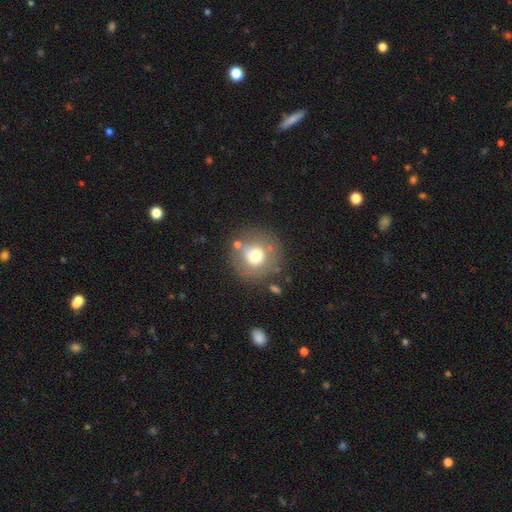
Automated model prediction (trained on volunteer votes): Smooth or featured? smooth (69%)
How rounded? round (92%)
Merging? none (75%)